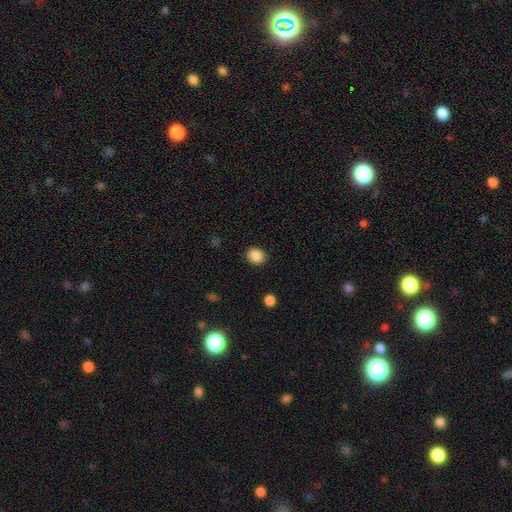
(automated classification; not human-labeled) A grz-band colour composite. It shows a smooth galaxy with no disk features (87%) that is round (66%). Merging: none (89%).